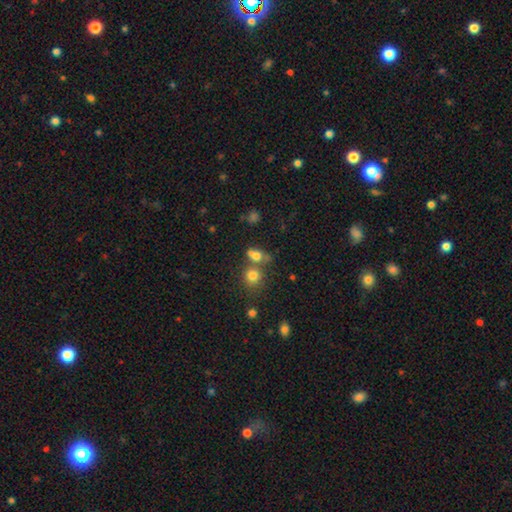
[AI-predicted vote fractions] A smooth galaxy with no disk features (73%) that is in between round and cigar-shaped (55%). Merging: none (42%).